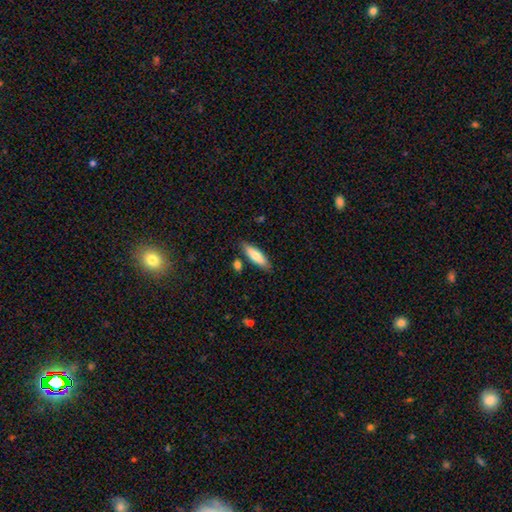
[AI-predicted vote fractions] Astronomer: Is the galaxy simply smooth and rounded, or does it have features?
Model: smooth — 74%.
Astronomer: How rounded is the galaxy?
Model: cigar-shaped — 53% (runner-up: in between, 45%).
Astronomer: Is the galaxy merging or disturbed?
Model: none — 82%.